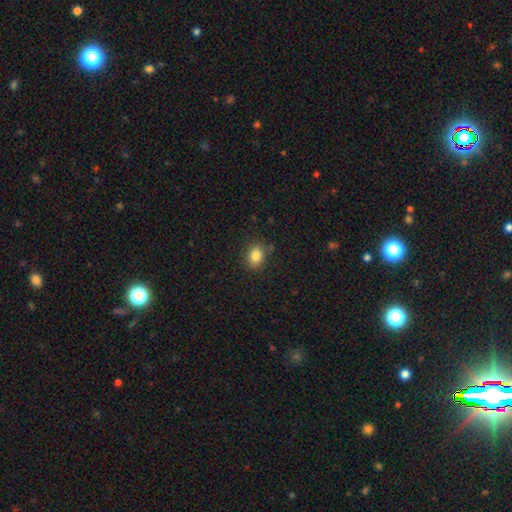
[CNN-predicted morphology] smooth 84%, star or artifact 10%, featured or disk 6%. Down the decision tree: how rounded — in between (62%); merging — none (84%).